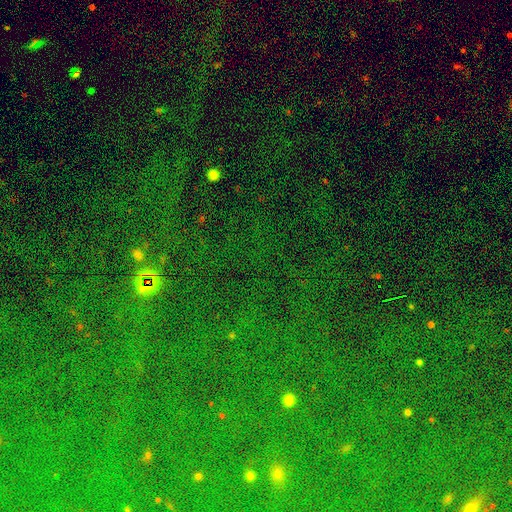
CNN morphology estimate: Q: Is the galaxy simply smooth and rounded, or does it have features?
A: star or artifact — 81%.